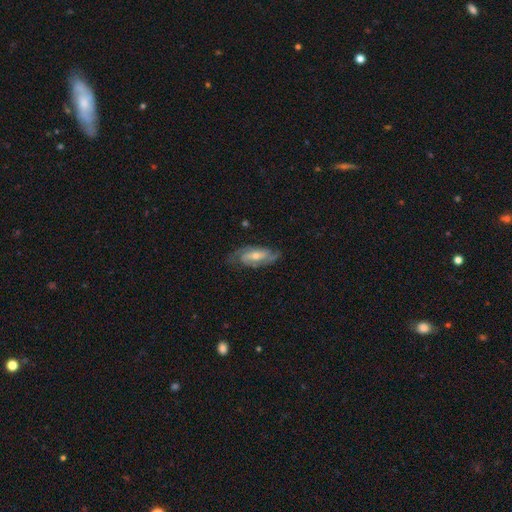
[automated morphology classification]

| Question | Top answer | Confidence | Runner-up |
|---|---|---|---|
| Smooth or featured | featured or disk | 80% | smooth (14%) |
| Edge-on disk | no | 91% | yes (9%) |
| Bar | no | 45% | weak (38%) |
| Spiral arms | yes | 94% | no (6%) |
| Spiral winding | tight | 44% | medium (42%) |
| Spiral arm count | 2 | 72% | can't tell (13%) |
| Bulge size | moderate | 52% | small (43%) |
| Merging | none | 77% | minor disturbance (16%) |